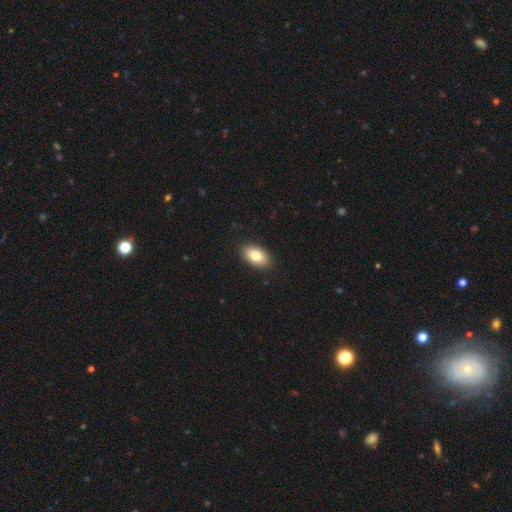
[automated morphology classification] Smooth or featured: smooth — 81% (featured or disk — 12%)
How rounded: in between — 93% (round — 6%)
Merging: none — 90% (minor disturbance — 8%)